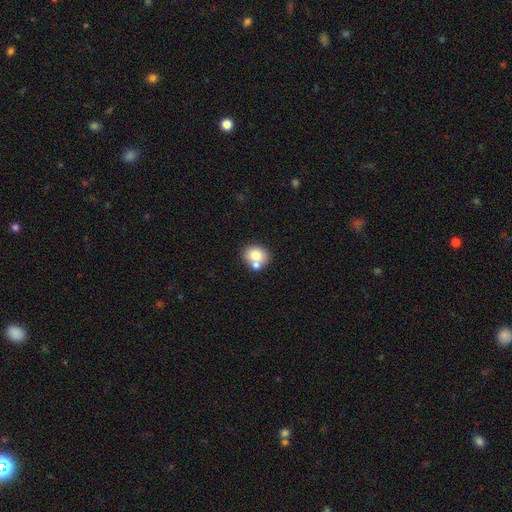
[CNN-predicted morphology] Smooth or featured: smooth — 74% (featured or disk — 16%)
How rounded: round — 65% (in between — 34%)
Merging: none — 55% (merger — 32%)